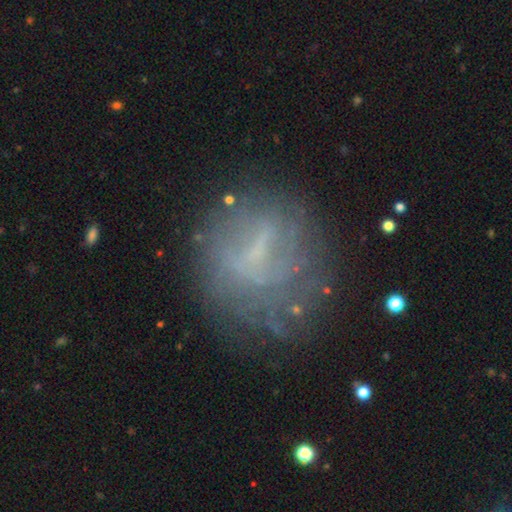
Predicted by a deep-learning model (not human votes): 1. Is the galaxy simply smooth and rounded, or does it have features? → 49% featured or disk, 35% smooth, 16% star or artifact.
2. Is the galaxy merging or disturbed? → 61% none, 20% minor disturbance, 16% major disturbance, 3% merger.